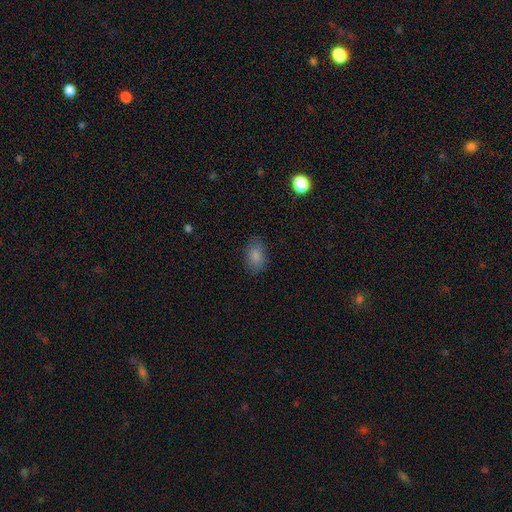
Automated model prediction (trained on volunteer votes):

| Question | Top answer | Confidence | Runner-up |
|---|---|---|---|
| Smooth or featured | smooth | 84% | star or artifact (9%) |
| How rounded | in between | 81% | round (17%) |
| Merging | none | 81% | minor disturbance (14%) |